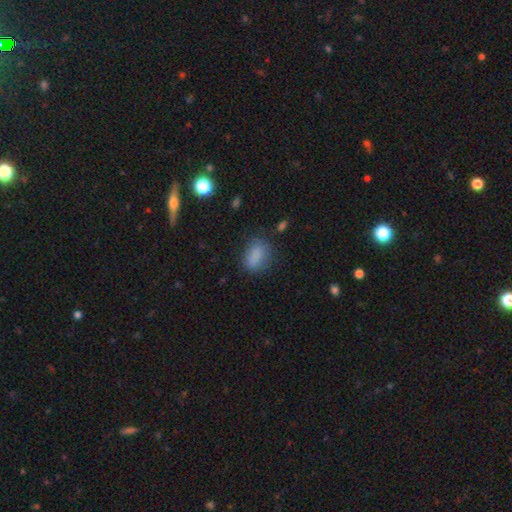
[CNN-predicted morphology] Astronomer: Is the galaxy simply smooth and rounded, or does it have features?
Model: smooth — 83%.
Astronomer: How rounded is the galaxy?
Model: in between — 78%.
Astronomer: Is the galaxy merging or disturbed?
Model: none — 72%.